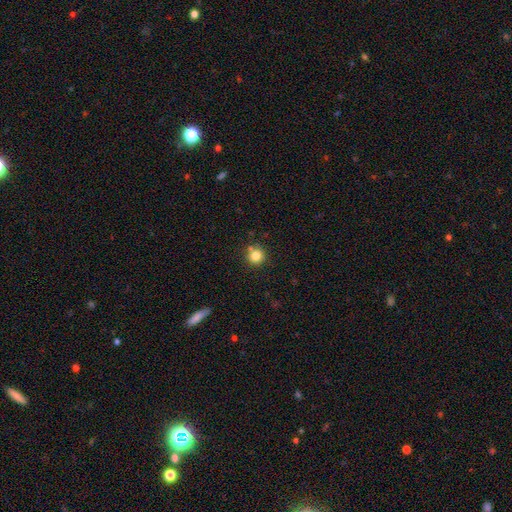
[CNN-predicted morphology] Smooth or featured?
  - smooth: 81% *
  - star or artifact: 12%
  - featured or disk: 7%
How rounded?
  - round: 92% *
  - in between: 7%
  - cigar-shaped: 1%
Merging?
  - none: 79% *
  - minor disturbance: 10%
  - merger: 8%
  - major disturbance: 3%